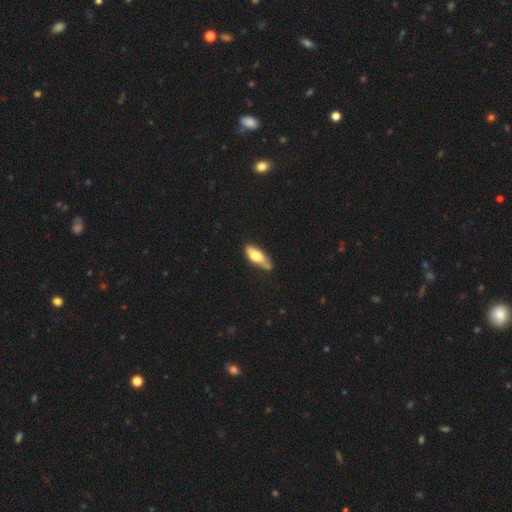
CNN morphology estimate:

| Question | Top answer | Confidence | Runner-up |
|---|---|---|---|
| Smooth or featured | smooth | 65% | featured or disk (29%) |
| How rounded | in between | 68% | cigar-shaped (30%) |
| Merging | none | 56% | minor disturbance (30%) |